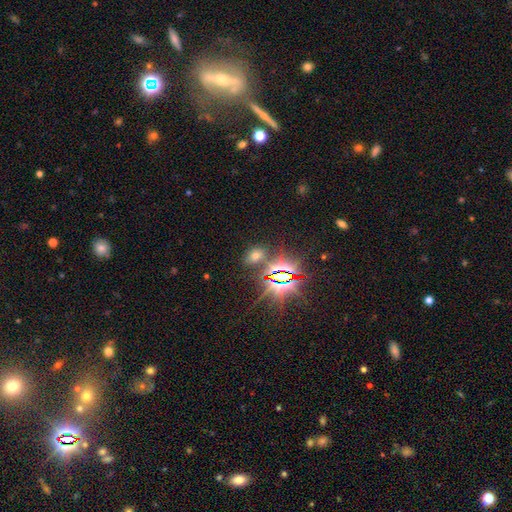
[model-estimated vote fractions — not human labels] Q: Smooth or featured?
A: star or artifact (48%); runner-up: smooth (43%)